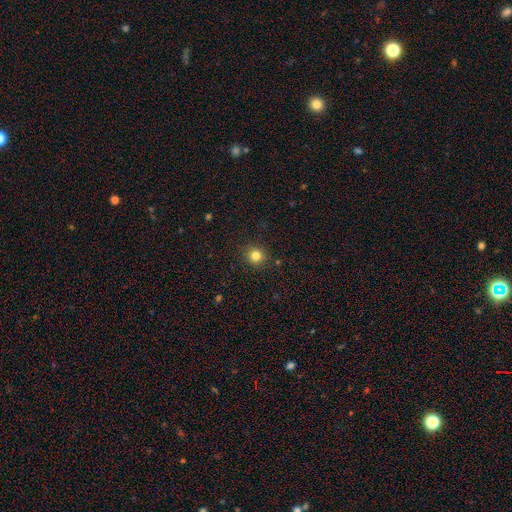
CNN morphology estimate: A smooth galaxy with no disk features (81%) that is round (89%).

Vote fractions:
- Smooth or featured? smooth: 81% / star or artifact: 13% / featured or disk: 6%
- How rounded? round: 89% / in between: 10% / cigar-shaped: 1%
- Merging? none: 90% / minor disturbance: 7% / major disturbance: 2% / merger: 1%